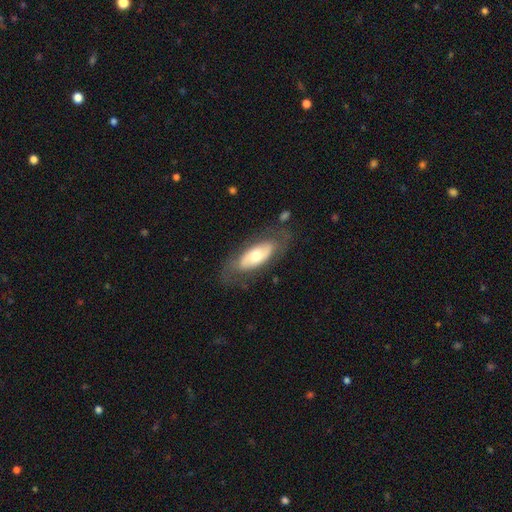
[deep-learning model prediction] Morphology: type=featured or disk (50%); merging=none (70%).